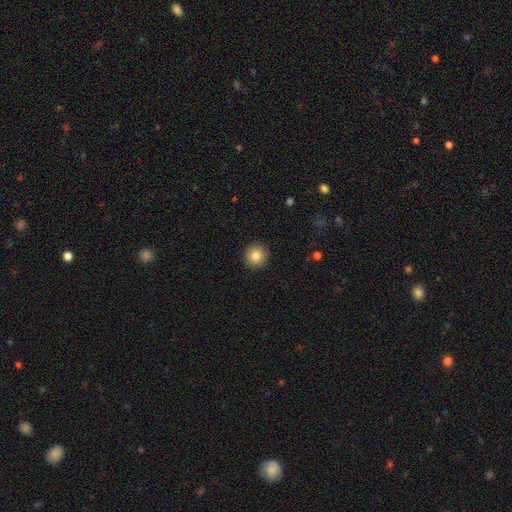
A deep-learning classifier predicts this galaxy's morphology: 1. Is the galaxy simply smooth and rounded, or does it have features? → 82% smooth, 10% star or artifact, 8% featured or disk.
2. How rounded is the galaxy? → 94% round, 5% in between, 1% cigar-shaped.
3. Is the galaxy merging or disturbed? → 92% none, 6% minor disturbance, 2% major disturbance, 1% merger.